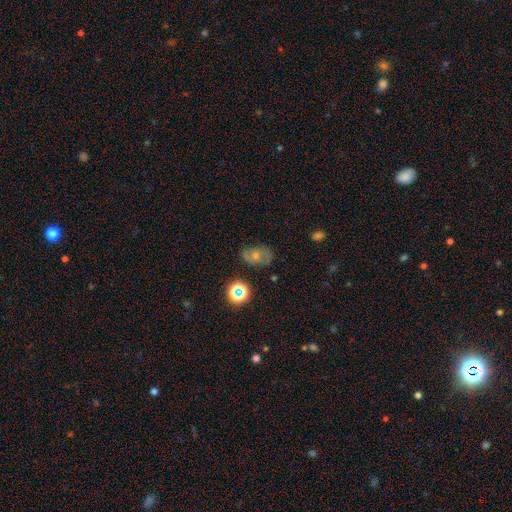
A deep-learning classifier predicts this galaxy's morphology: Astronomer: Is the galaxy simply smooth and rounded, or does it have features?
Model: smooth — 50% (runner-up: featured or disk, 34%).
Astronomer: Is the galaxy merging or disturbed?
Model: none — 67%.